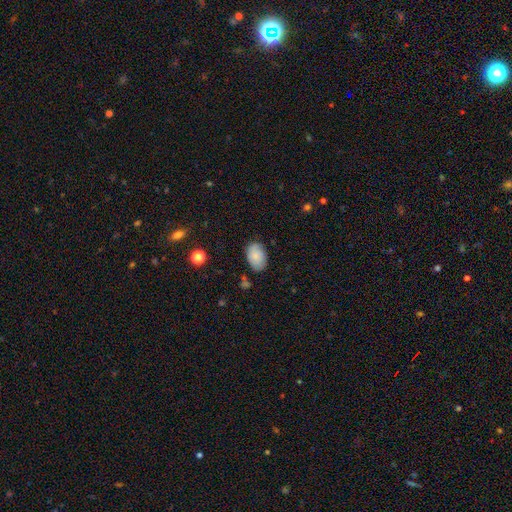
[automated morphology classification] smooth_or_featured: smooth (p=0.83) [alt: featured or disk p=0.10]
how_rounded: in between (p=0.90) [alt: round p=0.09]
merging: none (p=0.79) [alt: minor disturbance p=0.16]